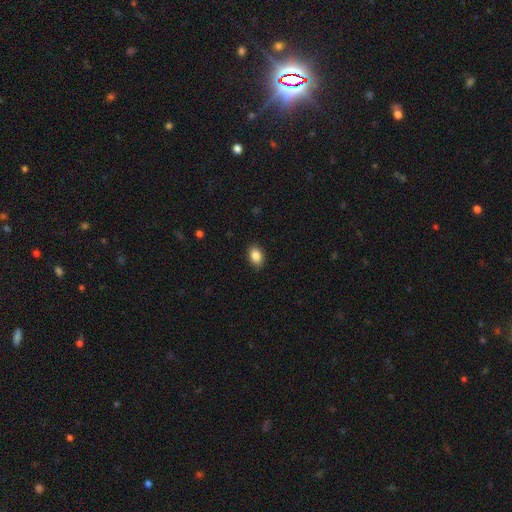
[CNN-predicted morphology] A smooth galaxy with no disk features (87%) that is in between round and cigar-shaped (81%).

Vote fractions:
- Smooth or featured? smooth: 87% / star or artifact: 8% / featured or disk: 5%
- How rounded? in between: 81% / round: 18% / cigar-shaped: 1%
- Merging? none: 88% / minor disturbance: 9% / major disturbance: 2% / merger: 1%